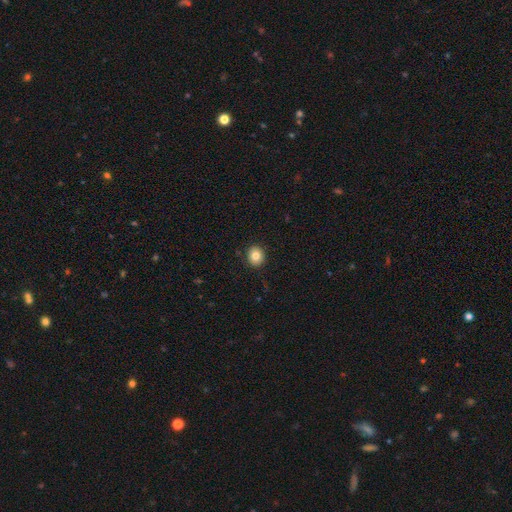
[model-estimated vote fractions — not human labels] Q: Smooth or featured?
A: smooth (81%); runner-up: star or artifact (10%)
Q: How rounded?
A: round (78%); runner-up: in between (21%)
Q: Merging?
A: none (91%); runner-up: minor disturbance (6%)